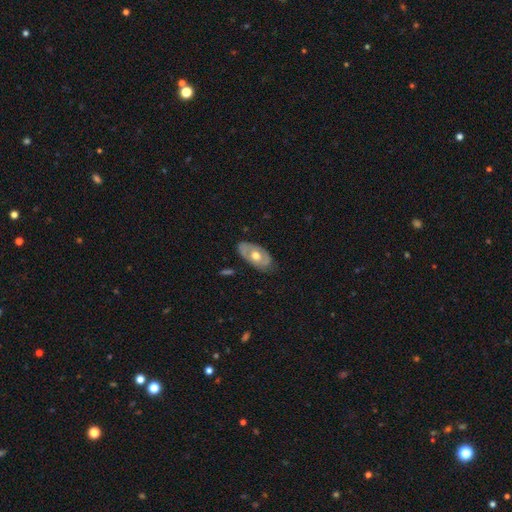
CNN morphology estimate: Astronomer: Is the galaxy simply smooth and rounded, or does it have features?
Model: featured or disk — 59% (runner-up: smooth, 36%).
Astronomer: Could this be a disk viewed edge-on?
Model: no — 88%.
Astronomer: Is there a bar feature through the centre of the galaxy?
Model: no — 86%.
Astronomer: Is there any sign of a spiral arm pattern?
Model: no — 68%.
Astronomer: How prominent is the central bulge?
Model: moderate — 75%.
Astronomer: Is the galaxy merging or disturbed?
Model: none — 77%.